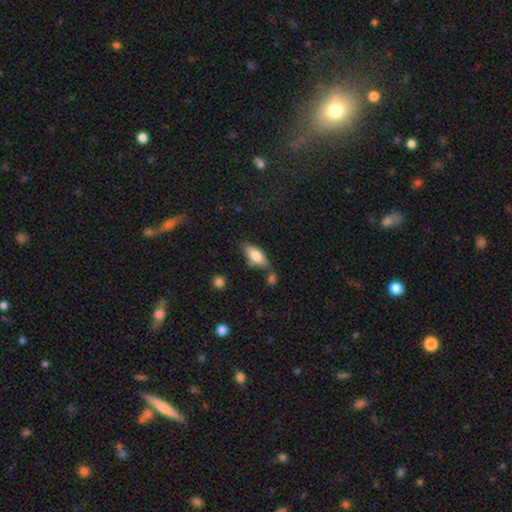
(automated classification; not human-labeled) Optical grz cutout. It shows a smooth galaxy with no disk features (76%) that is in between round and cigar-shaped (80%). Merging: none (62%).